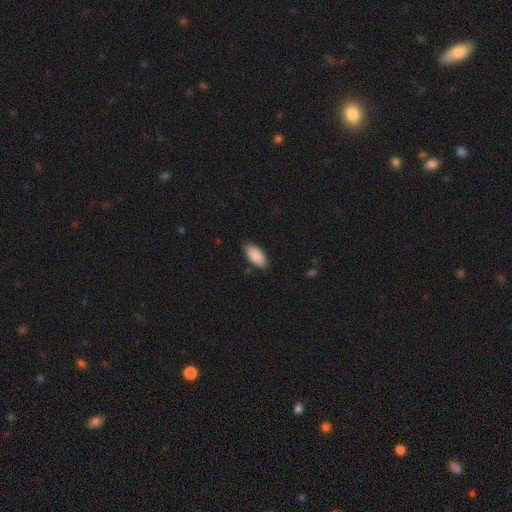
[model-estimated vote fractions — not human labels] Smooth or featured? Predicted: smooth (p=0.90). How rounded? Predicted: in between (p=0.91). Merging? Predicted: none (p=0.86).